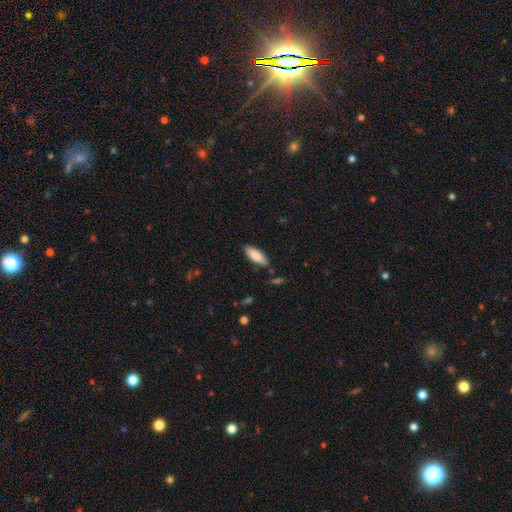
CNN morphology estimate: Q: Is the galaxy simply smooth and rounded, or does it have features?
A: smooth — 84%.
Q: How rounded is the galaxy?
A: in between — 68%.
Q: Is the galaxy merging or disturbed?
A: none — 84%.